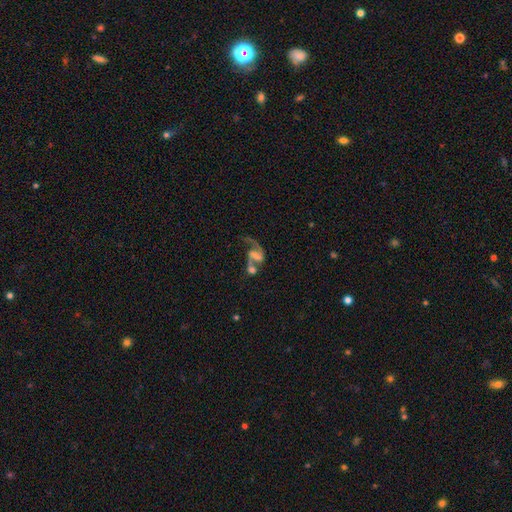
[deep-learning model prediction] A featured or disk galaxy (73%) with a weak bar (41%), 2 (62%) loose (66%) spiral arms (86%) and no central bulge (35%).

Vote fractions:
- Smooth or featured? featured or disk: 73% / smooth: 18% / star or artifact: 10%
- Edge-on disk? no: 97% / yes: 3%
- Bar? weak: 41% / no: 35% / strong: 25%
- Spiral arms? yes: 86% / no: 14%
- Spiral winding? loose: 66% / medium: 27% / tight: 7%
- Spiral arm count? 2: 62% / 1: 32% / can't tell: 3% / 3: 1% / 4: 1% / more than 4: 1%
- Bulge size? none: 35% / small: 31% / moderate: 24% / large: 8% / dominant: 2%
- Merging? merger: 46% / none: 23% / major disturbance: 21% / minor disturbance: 10%